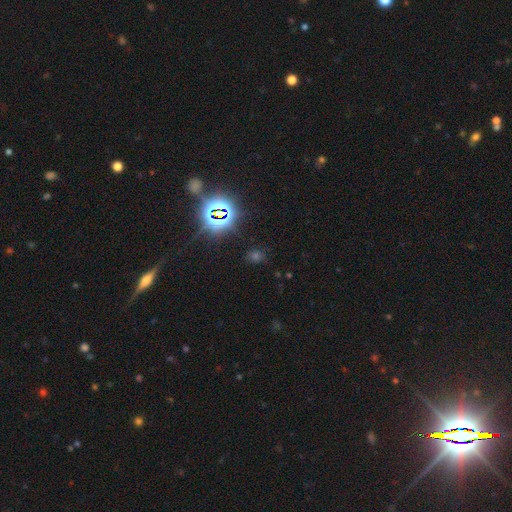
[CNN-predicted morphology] A star or artifact, not a galaxy (64%).